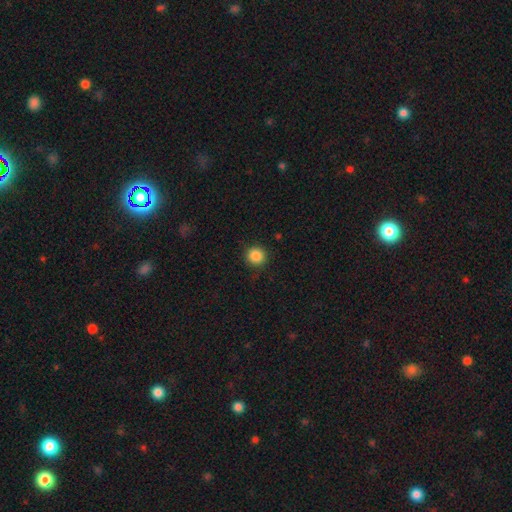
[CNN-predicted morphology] smooth 87%, star or artifact 10%, featured or disk 3%. Down the decision tree: how rounded — round (93%); merging — none (89%).